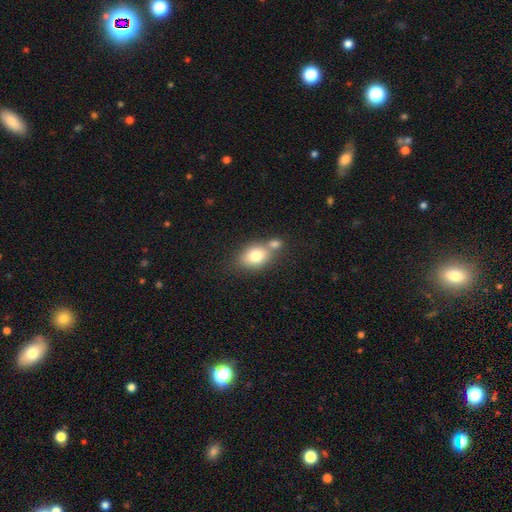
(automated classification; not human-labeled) Smooth or featured: smooth — 77% (featured or disk — 14%)
How rounded: in between — 66% (round — 32%)
Merging: none — 43% (merger — 41%)